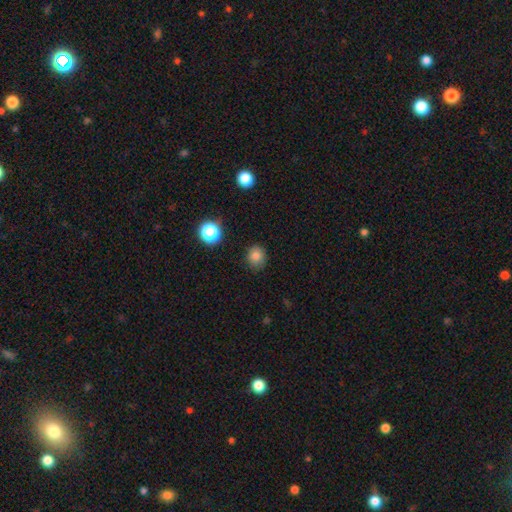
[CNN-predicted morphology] Overall: smooth (80%). How rounded: round (80%). Merging: none (87%).